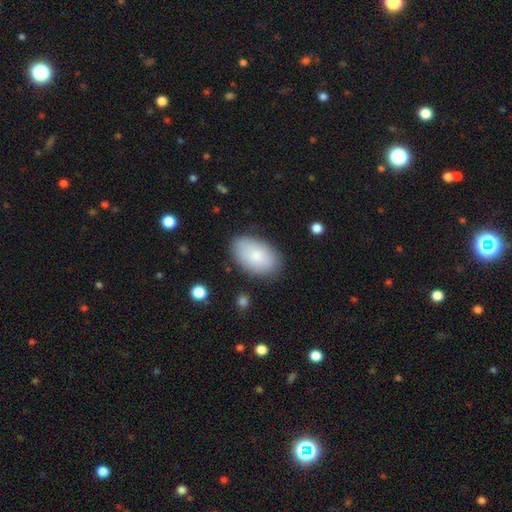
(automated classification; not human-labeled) A smooth galaxy with no disk features (83%) that is in between round and cigar-shaped (93%). Merging: none (83%).